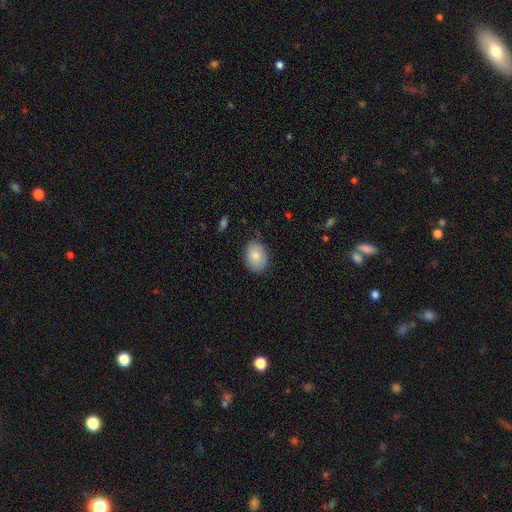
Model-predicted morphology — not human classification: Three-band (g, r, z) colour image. It shows a smooth galaxy with no disk features (85%) that is in between round and cigar-shaped (72%). Merging: none (81%).